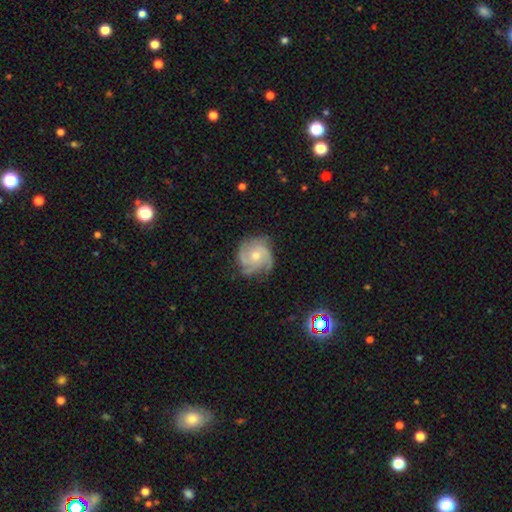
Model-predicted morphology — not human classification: type=featured or disk (84%); edge-on=no (98%); bar=no (74%); spiral arms=yes (97%); winding=tight (50%); arm count=3 (52%); bulge=moderate (56%); merging=none (72%).